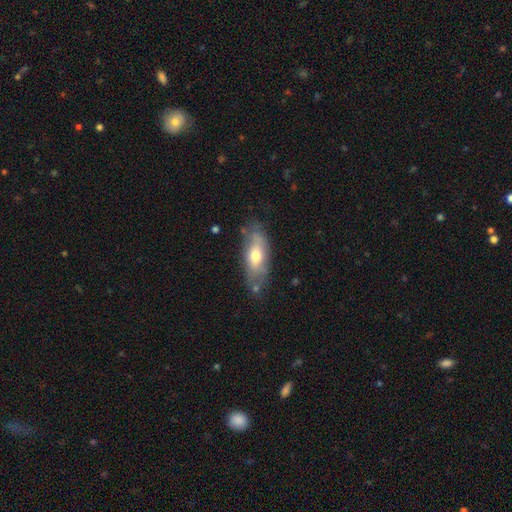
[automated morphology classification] This appears to be a smooth galaxy with no disk features (60%) that is in between round and cigar-shaped (73%). Merging: none (67%).